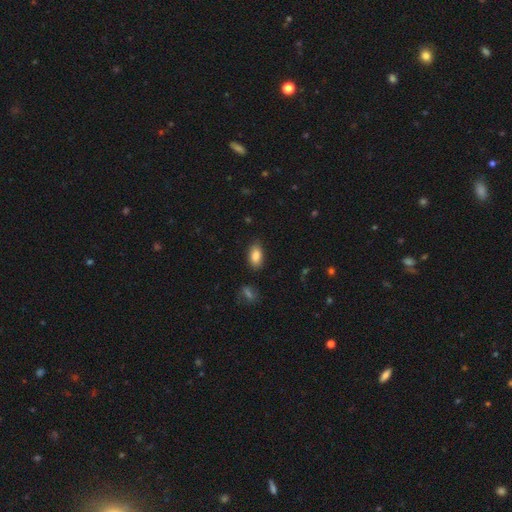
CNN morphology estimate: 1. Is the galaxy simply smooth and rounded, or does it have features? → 86% smooth, 8% star or artifact, 6% featured or disk.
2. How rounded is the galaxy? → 92% in between, 4% round, 3% cigar-shaped.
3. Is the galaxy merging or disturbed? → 85% none, 11% minor disturbance, 2% major disturbance, 2% merger.